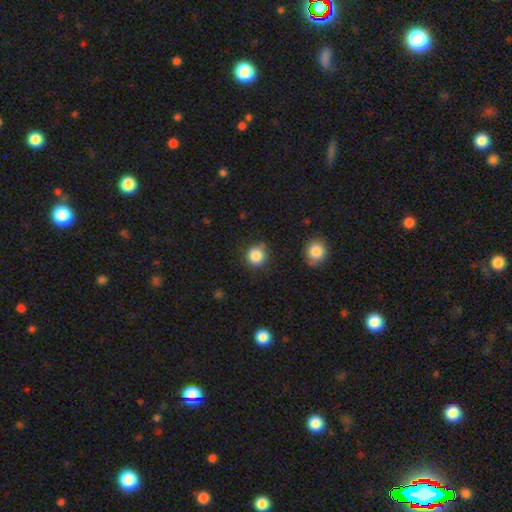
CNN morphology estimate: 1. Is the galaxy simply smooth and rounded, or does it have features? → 86% smooth, 10% star or artifact, 4% featured or disk.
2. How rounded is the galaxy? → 93% round, 6% in between, 1% cigar-shaped.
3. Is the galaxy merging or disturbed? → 83% none, 11% minor disturbance, 3% major disturbance, 3% merger.